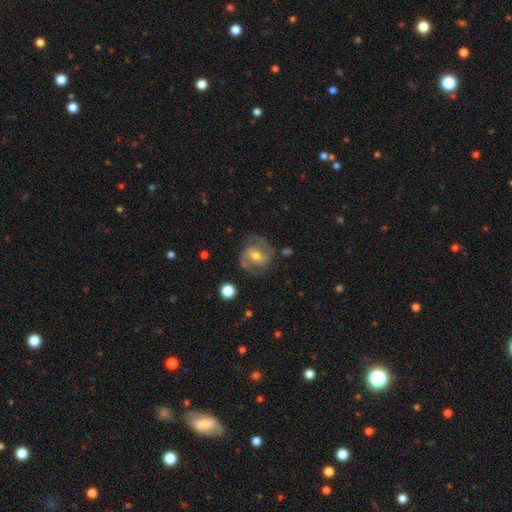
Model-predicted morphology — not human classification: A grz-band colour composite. It shows a featured or disk galaxy (71%) with a weak bar (47%), 2 (86%) medium (53%) spiral arms (86%) and a moderate central bulge (63%). Merging: none (72%).